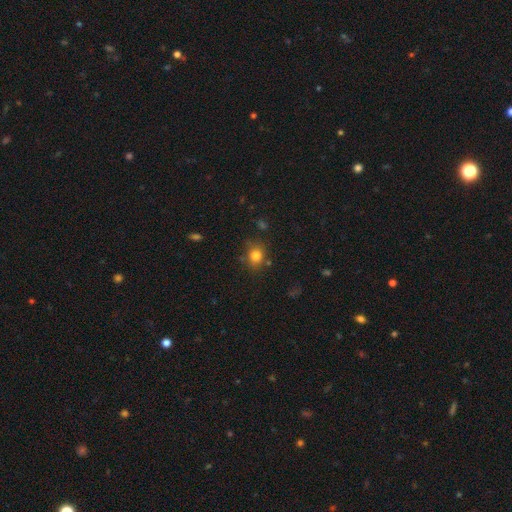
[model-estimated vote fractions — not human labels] This is clearly a smooth galaxy (80%). How rounded: likely round (66%). Merging: likely none (76%).